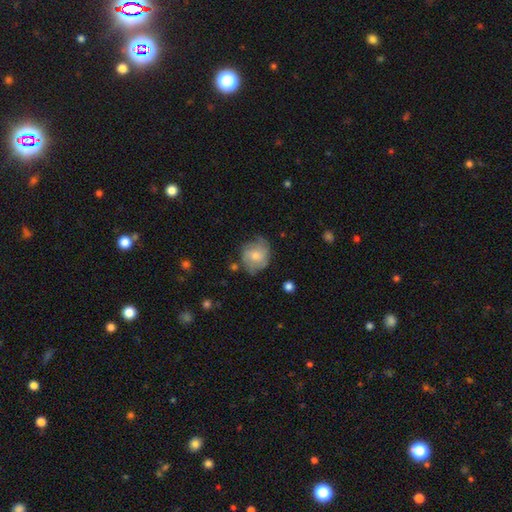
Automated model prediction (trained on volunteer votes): Q: Smooth or featured?
A: smooth (54%); runner-up: featured or disk (39%)
Q: How rounded?
A: round (68%); runner-up: in between (31%)
Q: Merging?
A: none (57%); runner-up: minor disturbance (30%)